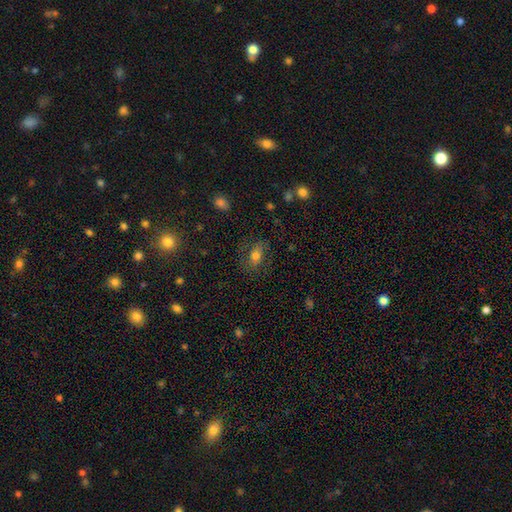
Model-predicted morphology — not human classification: smooth 62%, featured or disk 25%, star or artifact 13%. Down the decision tree: how rounded — in between (79%); merging — none (71%).